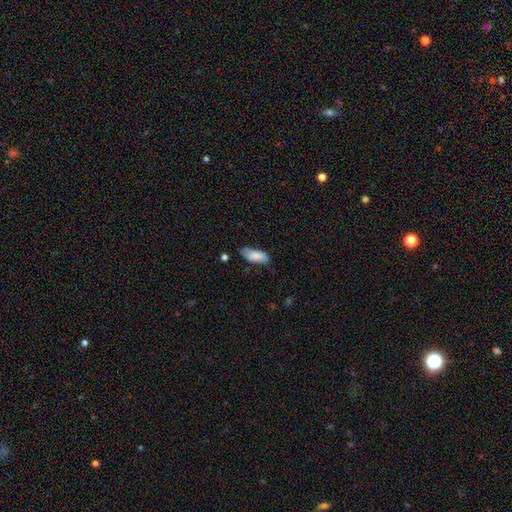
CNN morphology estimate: smooth_or_featured: smooth (p=0.82) [alt: featured or disk p=0.11]
how_rounded: in between (p=0.79) [alt: cigar-shaped p=0.19]
merging: none (p=0.66) [alt: minor disturbance p=0.26]